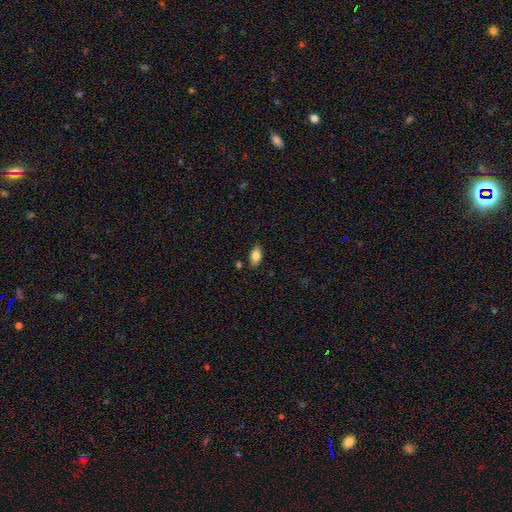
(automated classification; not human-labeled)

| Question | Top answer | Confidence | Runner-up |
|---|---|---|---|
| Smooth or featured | smooth | 84% | featured or disk (9%) |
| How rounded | in between | 91% | round (6%) |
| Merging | none | 84% | minor disturbance (11%) |